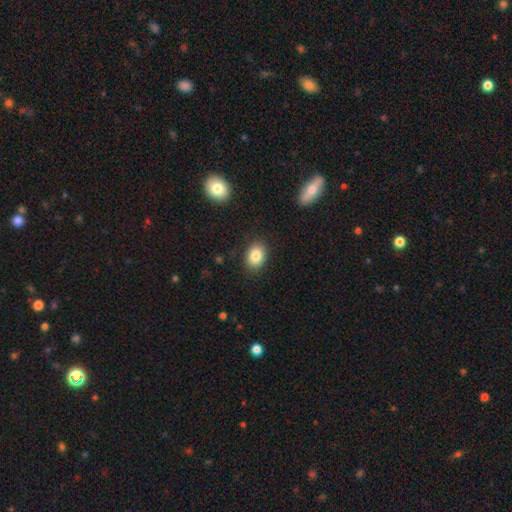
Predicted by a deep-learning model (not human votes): A smooth galaxy with no disk features (84%) that is in between round and cigar-shaped (70%). Merging: none (88%).